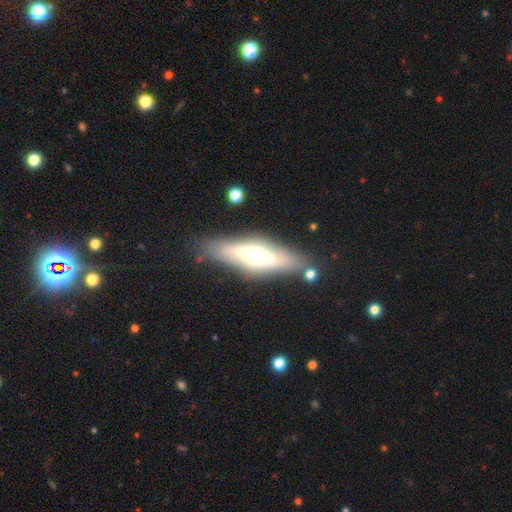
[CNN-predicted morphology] This is possibly a featured or disk galaxy (58%). It is likely viewed edge-on (73%). Merging: likely none (77%).